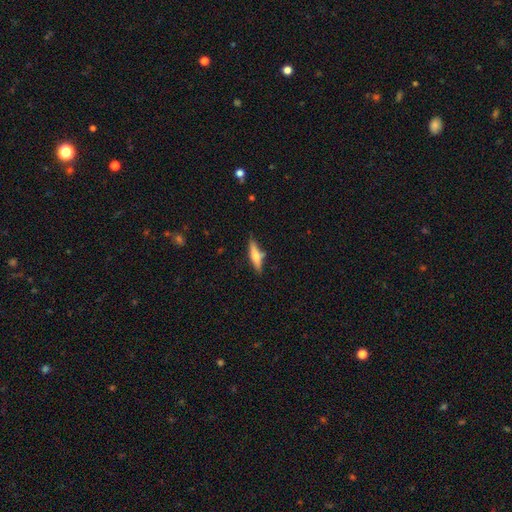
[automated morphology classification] Q: Smooth or featured?
A: smooth (50%); runner-up: featured or disk (43%)
Q: How rounded?
A: cigar-shaped (75%); runner-up: in between (23%)
Q: Merging?
A: none (76%); runner-up: minor disturbance (14%)